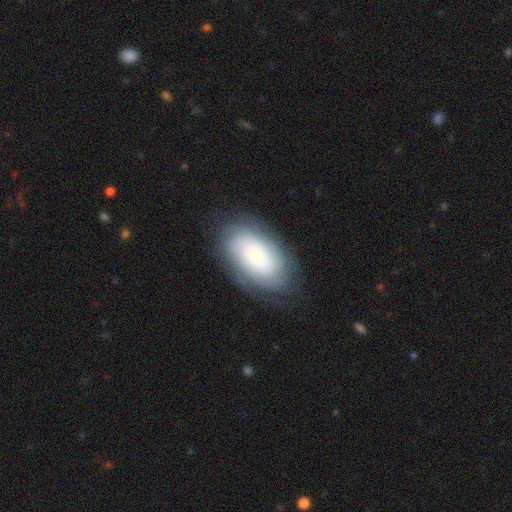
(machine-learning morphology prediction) featured or disk 47%, smooth 44%, star or artifact 9%. Down the decision tree: merging — none (76%).